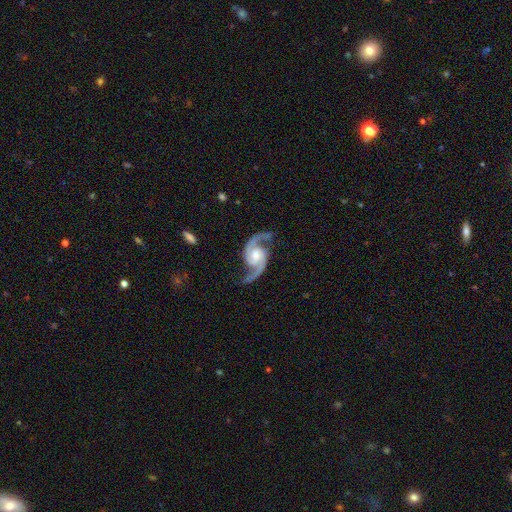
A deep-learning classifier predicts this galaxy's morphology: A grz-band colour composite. It shows a featured or disk galaxy (94%) with no bar (53%), 2 (95%) medium (58%) spiral arms (99%) and a moderate central bulge (59%). Merging: none (79%).